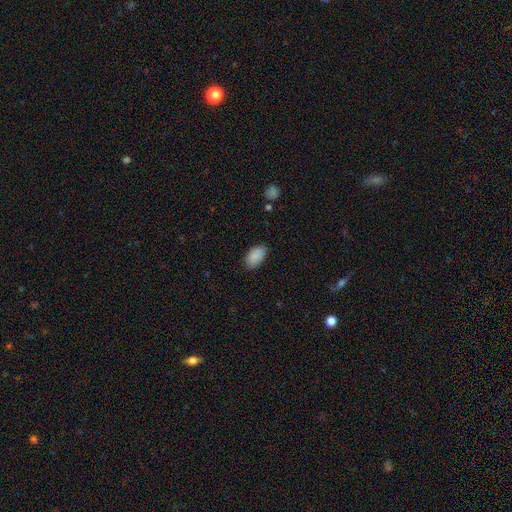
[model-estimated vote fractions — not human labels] This is clearly a smooth galaxy (89%). How rounded: clearly in between (93%). Merging: clearly none (83%).